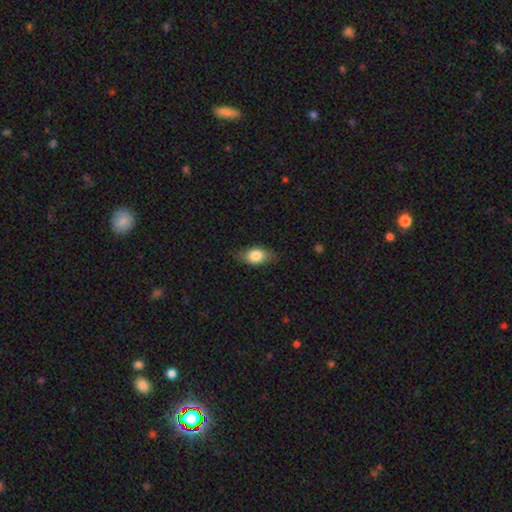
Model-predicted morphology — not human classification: type=smooth (80%); roundness=in between (85%); merging=none (80%).